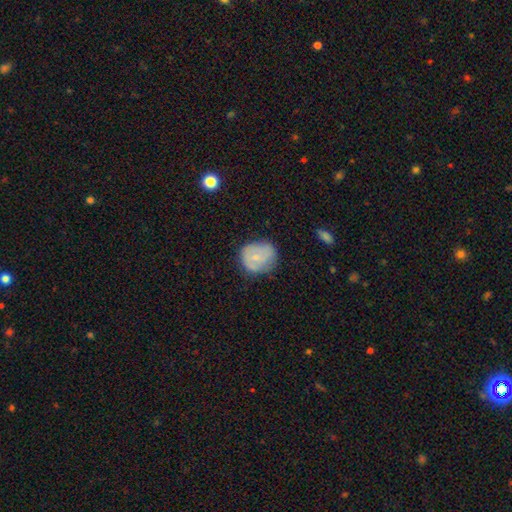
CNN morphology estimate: type=smooth (61%); roundness=round (75%); merging=none (62%).